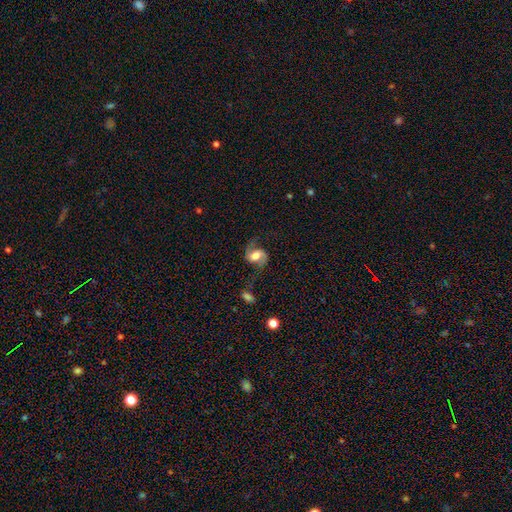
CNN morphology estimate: Q: Smooth or featured?
A: featured or disk (72%); runner-up: smooth (20%)
Q: Edge-on disk?
A: no (97%); runner-up: yes (3%)
Q: Bar?
A: weak (46%); runner-up: no (30%)
Q: Spiral arms?
A: yes (93%); runner-up: no (7%)
Q: Spiral winding?
A: loose (59%); runner-up: medium (34%)
Q: Spiral arm count?
A: 2 (91%); runner-up: 1 (4%)
Q: Bulge size?
A: moderate (50%); runner-up: large (31%)
Q: Merging?
A: none (65%); runner-up: minor disturbance (17%)